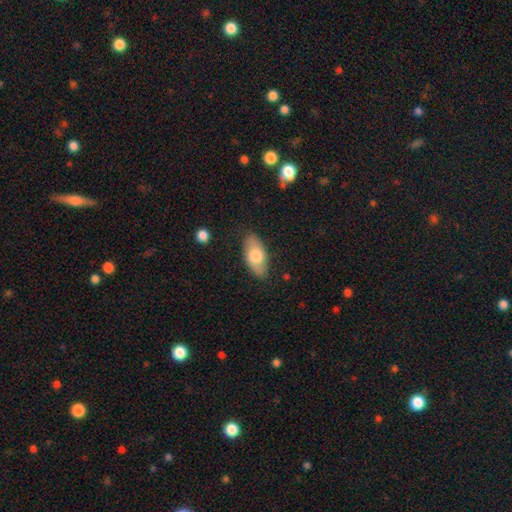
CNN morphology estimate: This is likely a smooth galaxy (69%). How rounded: clearly in between (91%). Merging: clearly none (81%).